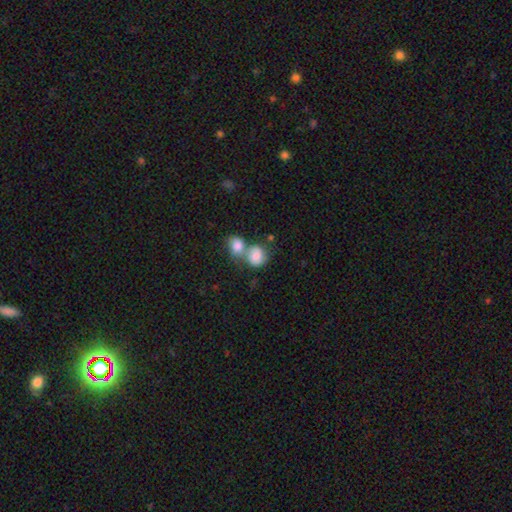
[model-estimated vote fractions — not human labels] Smooth or featured: smooth — 76% (featured or disk — 16%)
How rounded: round — 60% (in between — 39%)
Merging: merger — 64% (none — 22%)